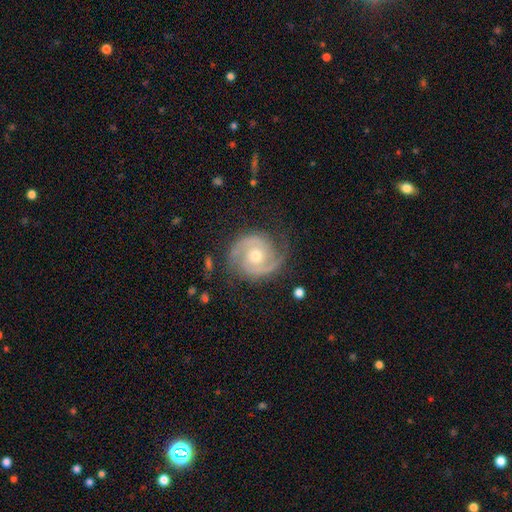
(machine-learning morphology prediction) smooth-or-featured: featured or disk: 90% | smooth: 5% | star or artifact: 5%
  disk-edge-on: no: 98% | yes: 2%
    bar: no: 66% | weak: 28% | strong: 7%
    has-spiral-arms: yes: 98% | no: 2%
      spiral-winding: tight: 49% | medium: 44% | loose: 8%
      spiral-arm-count: 2: 92% | can't tell: 3% | 3: 2% | 1: 1% | 4: 1% | more than 4: 1%
    bulge-size: moderate: 74% | small: 19% | large: 5% | none: 1% | dominant: 1%
  merging: none: 79% | minor disturbance: 15% | major disturbance: 5% | merger: 1%